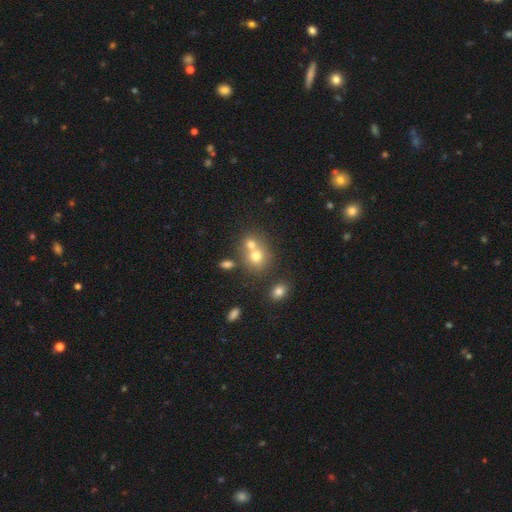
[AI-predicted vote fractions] smooth_or_featured: smooth (p=0.69) [alt: featured or disk p=0.17]
how_rounded: round (p=0.72) [alt: in between p=0.27]
merging: merger (p=0.53) [alt: none p=0.37]